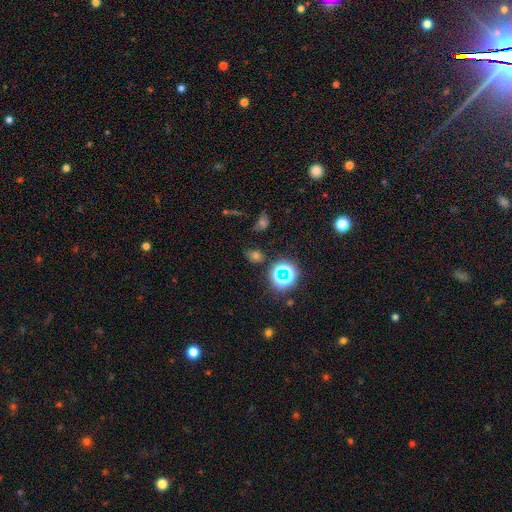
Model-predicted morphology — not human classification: smooth_or_featured: smooth (p=0.48) [alt: star or artifact p=0.42]
merging: none (p=0.69) [alt: minor disturbance p=0.17]